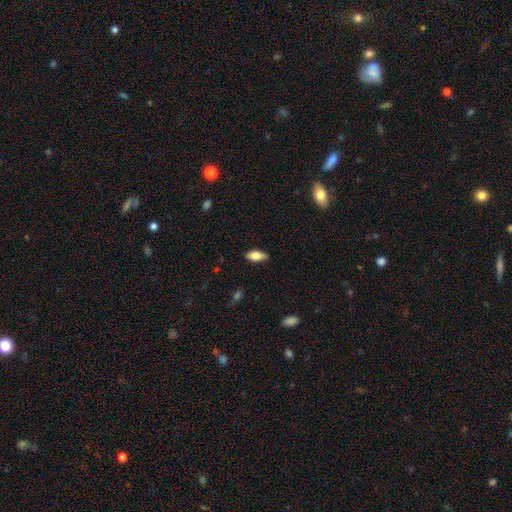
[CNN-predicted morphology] Smooth or featured: smooth — 71% (featured or disk — 22%)
How rounded: in between — 84% (cigar-shaped — 13%)
Merging: none — 86% (minor disturbance — 10%)